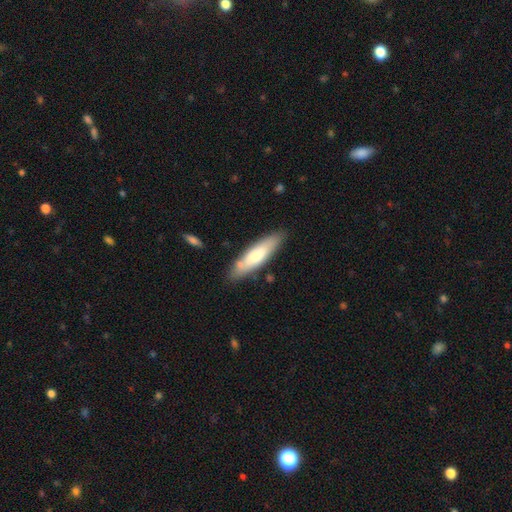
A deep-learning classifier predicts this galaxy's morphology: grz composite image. It shows a smooth galaxy with no disk features (68%) that is cigar-shaped (69%). Merging: none (81%).